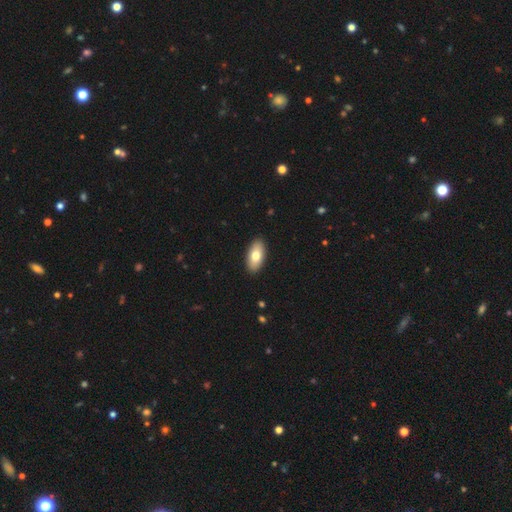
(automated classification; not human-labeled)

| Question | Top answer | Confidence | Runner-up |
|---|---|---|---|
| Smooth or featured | smooth | 75% | featured or disk (19%) |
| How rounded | in between | 91% | cigar-shaped (6%) |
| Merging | none | 91% | minor disturbance (6%) |